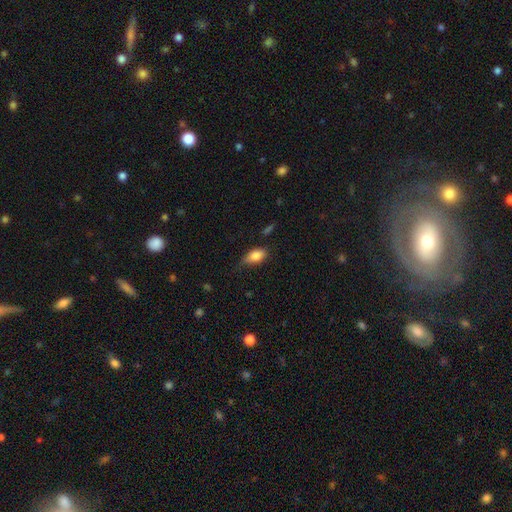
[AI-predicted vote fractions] smooth 84%, featured or disk 9%, star or artifact 8%. Down the decision tree: how rounded — in between (89%); merging — none (58%).